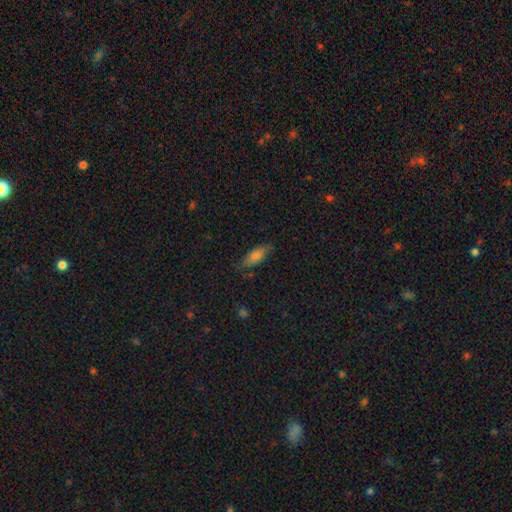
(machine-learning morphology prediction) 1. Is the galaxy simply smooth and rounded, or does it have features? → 74% smooth, 17% featured or disk, 10% star or artifact.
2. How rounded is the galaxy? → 68% in between, 29% cigar-shaped, 2% round.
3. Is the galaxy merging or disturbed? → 76% none, 18% minor disturbance, 4% major disturbance, 1% merger.